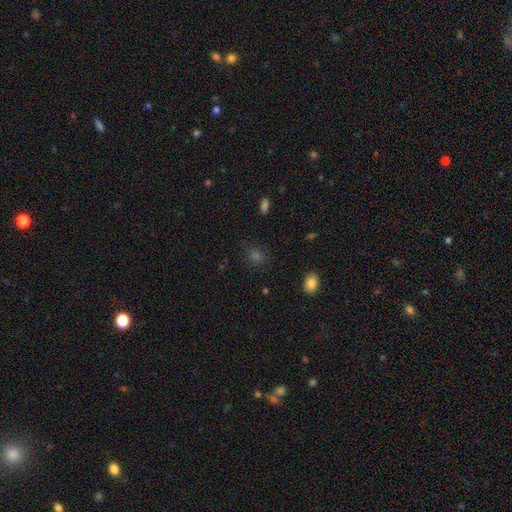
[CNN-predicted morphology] type=smooth (61%); roundness=round (79%); merging=none (82%).